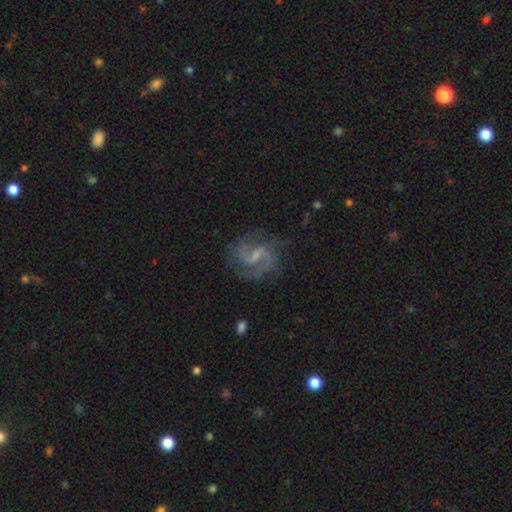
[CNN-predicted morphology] The model was most divided on "bulge size": small: 49%, none: 30%, moderate: 19%, large: 1%, dominant: 1%. More confident: edge-on disk — no (98%); spiral arms — yes (97%); spiral arm count — 2 (90%); smooth or featured — featured or disk (89%); merging — none (75%); bar — weak (59%); spiral winding — medium (57%).